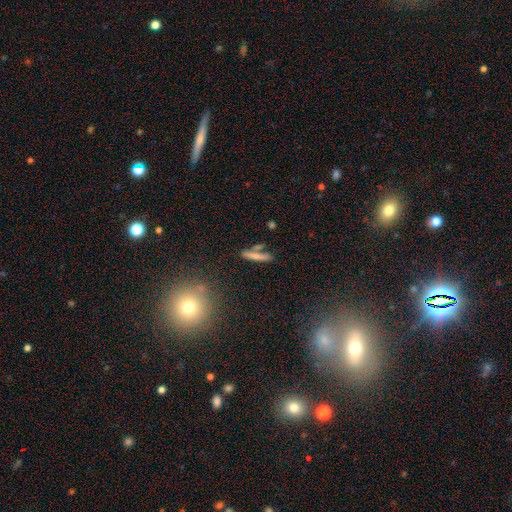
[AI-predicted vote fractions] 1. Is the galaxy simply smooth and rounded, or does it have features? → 73% smooth, 18% featured or disk, 9% star or artifact.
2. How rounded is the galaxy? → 87% cigar-shaped, 10% in between, 3% round.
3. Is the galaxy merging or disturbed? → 68% none, 14% merger, 13% minor disturbance, 4% major disturbance.